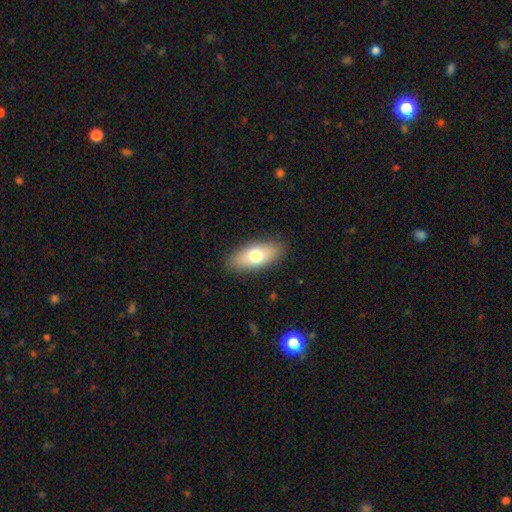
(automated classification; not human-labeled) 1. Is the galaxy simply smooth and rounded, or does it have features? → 72% smooth, 21% featured or disk, 7% star or artifact.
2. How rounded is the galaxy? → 85% in between, 11% cigar-shaped, 3% round.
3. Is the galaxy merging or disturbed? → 87% none, 9% minor disturbance, 2% major disturbance, 1% merger.